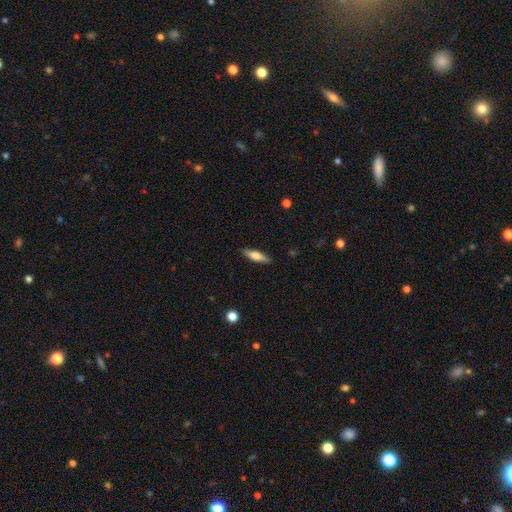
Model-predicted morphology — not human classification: Smooth or featured? smooth (59%)
How rounded? cigar-shaped (64%)
Merging? none (88%)